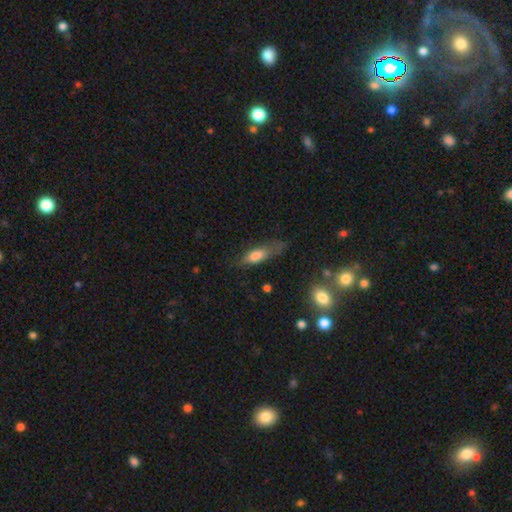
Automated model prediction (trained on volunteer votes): Overall: smooth (70%). How rounded: in between (55%; cigar-shaped 42%). Merging: none (51%; minor disturbance 28%).